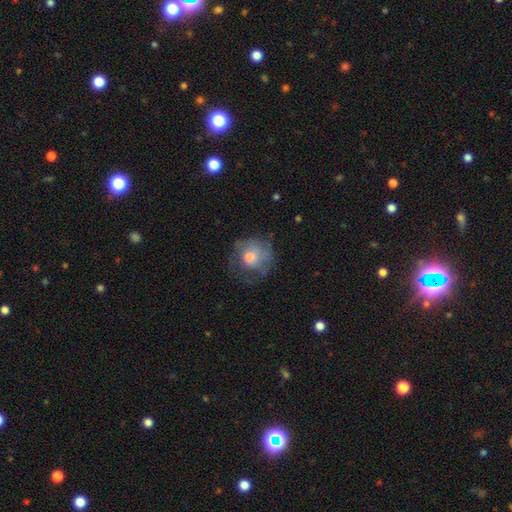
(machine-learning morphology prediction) A smooth galaxy with no disk features (54%) that is round (84%). Merging: none (57%).